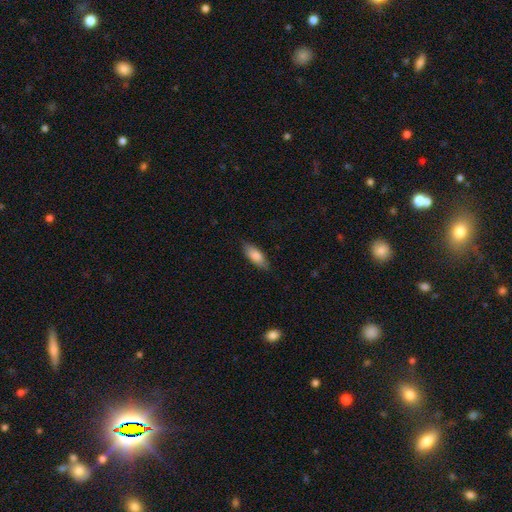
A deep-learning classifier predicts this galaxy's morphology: smooth_or_featured: smooth (p=0.84) [alt: featured or disk p=0.11]
how_rounded: in between (p=0.75) [alt: cigar-shaped p=0.23]
merging: none (p=0.83) [alt: minor disturbance p=0.13]